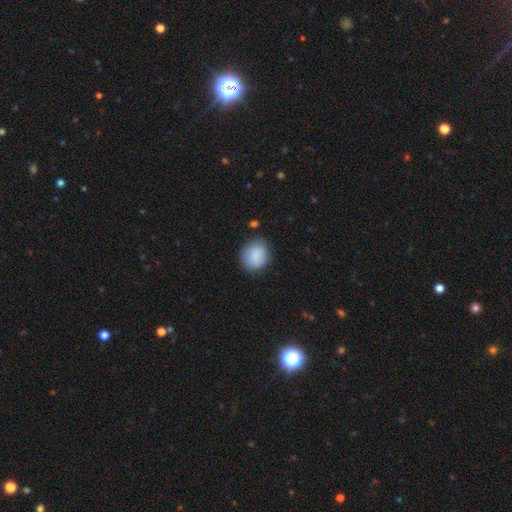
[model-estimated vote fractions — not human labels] Q: Smooth or featured?
A: smooth (88%); runner-up: star or artifact (7%)
Q: How rounded?
A: round (69%); runner-up: in between (30%)
Q: Merging?
A: none (81%); runner-up: minor disturbance (14%)